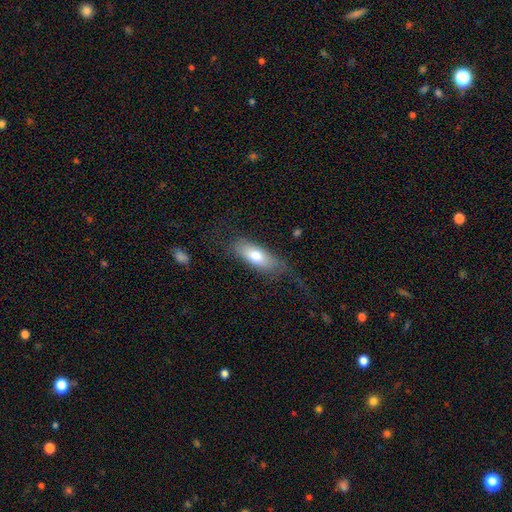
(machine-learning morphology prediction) A smooth galaxy with no disk features (73%) that is in between round and cigar-shaped (75%). Merging: none (69%).